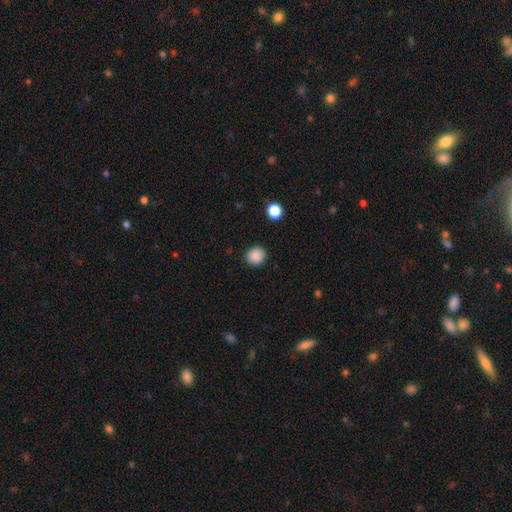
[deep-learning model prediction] Q: Smooth or featured?
A: smooth (88%); runner-up: star or artifact (9%)
Q: How rounded?
A: round (89%); runner-up: in between (10%)
Q: Merging?
A: none (90%); runner-up: minor disturbance (6%)